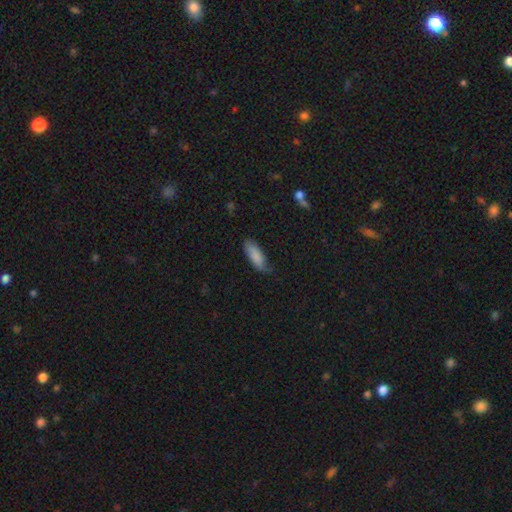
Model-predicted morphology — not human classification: smooth 80%, featured or disk 14%, star or artifact 6%. Down the decision tree: how rounded — in between (72%); merging — none (58%).